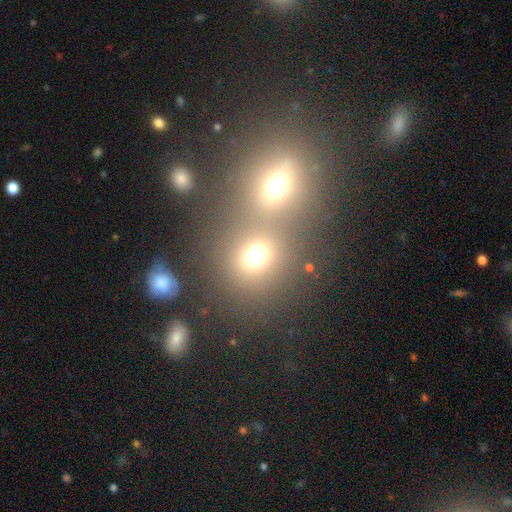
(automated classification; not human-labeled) A smooth galaxy with no disk features (68%) that is round (81%). Merging: none (47%).